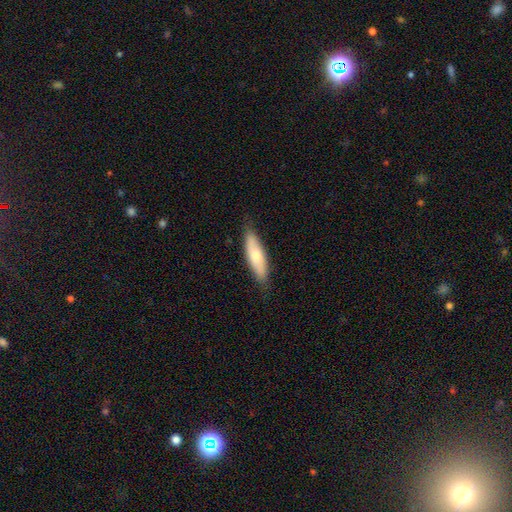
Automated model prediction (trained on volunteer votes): The model was most divided on "how rounded": cigar-shaped: 55%, in between: 43%, round: 2%. More confident: merging — none (82%); smooth or featured — smooth (66%).